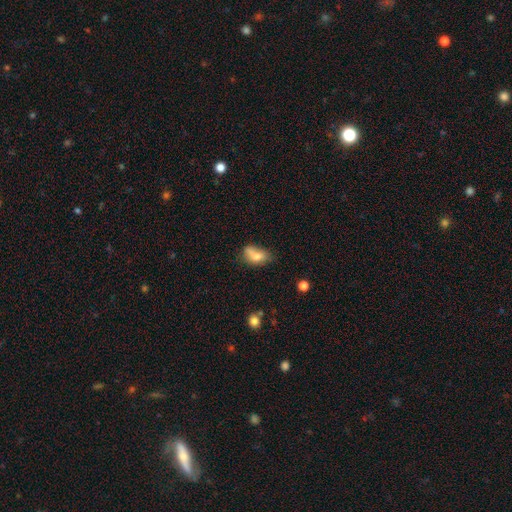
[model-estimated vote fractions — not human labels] Smooth or featured? Predicted: smooth (p=0.72). How rounded? Predicted: in between (p=0.82). Merging? Predicted: none (p=0.34).